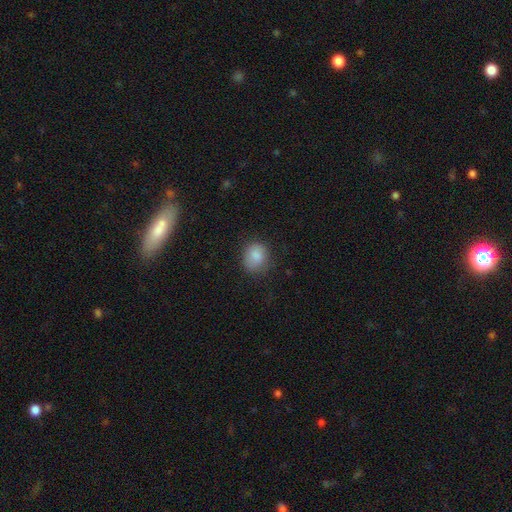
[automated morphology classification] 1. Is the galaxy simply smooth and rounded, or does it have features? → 85% smooth, 9% star or artifact, 6% featured or disk.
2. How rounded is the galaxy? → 65% round, 34% in between, 1% cigar-shaped.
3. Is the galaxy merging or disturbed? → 73% none, 20% minor disturbance, 6% major disturbance, 1% merger.